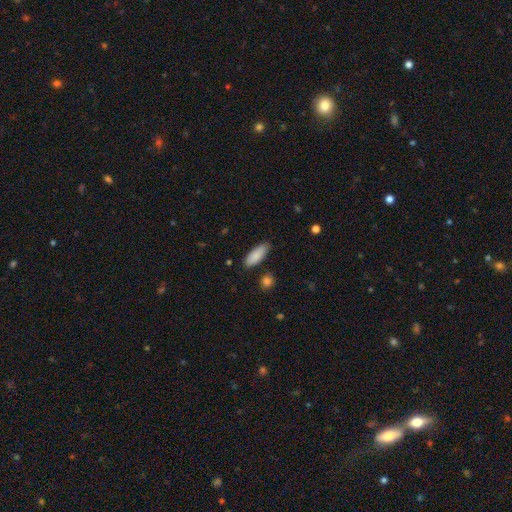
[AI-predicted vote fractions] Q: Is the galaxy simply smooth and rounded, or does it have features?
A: smooth — 87%.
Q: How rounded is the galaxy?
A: in between — 69%.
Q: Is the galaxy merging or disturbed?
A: none — 84%.